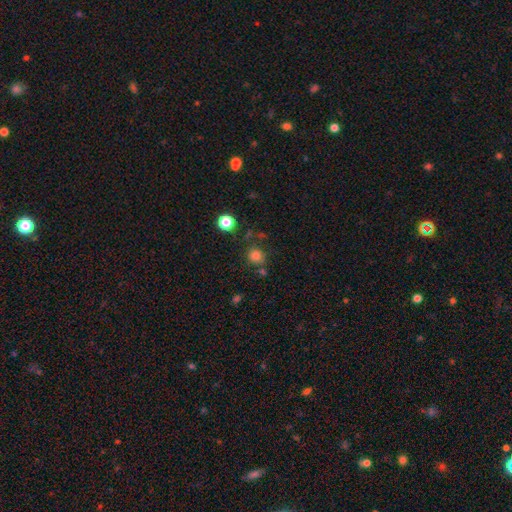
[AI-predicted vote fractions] Smooth or featured? Predicted: smooth (p=0.79). How rounded? Predicted: round (p=0.88). Merging? Predicted: none (p=0.74).